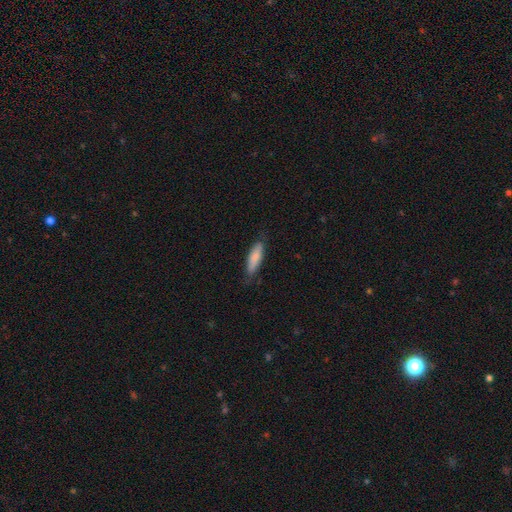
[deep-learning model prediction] smooth-or-featured: smooth: 75% | featured or disk: 18% | star or artifact: 7%
  how-rounded: cigar-shaped: 68% | in between: 31% | round: 2%
  merging: none: 80% | minor disturbance: 16% | major disturbance: 3% | merger: 1%